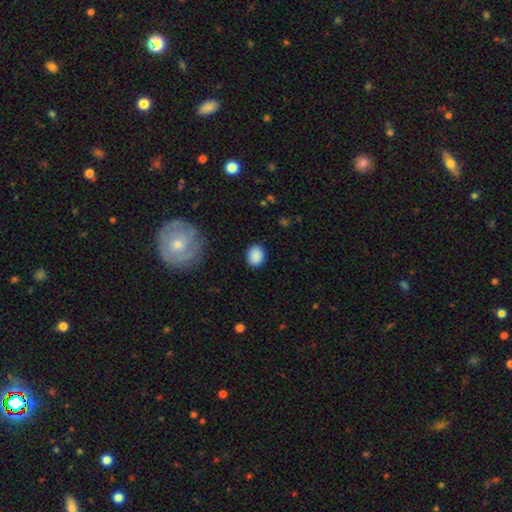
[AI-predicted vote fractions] A smooth galaxy with no disk features (89%) that is round (54%). Merging: none (87%).